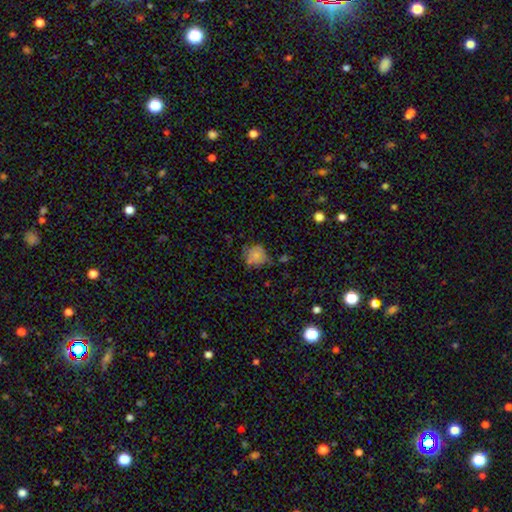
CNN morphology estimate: Smooth or featured?
  - smooth: 74% *
  - featured or disk: 13%
  - star or artifact: 13%
How rounded?
  - round: 79% *
  - in between: 20%
  - cigar-shaped: 1%
Merging?
  - none: 55% *
  - minor disturbance: 28%
  - major disturbance: 9%
  - merger: 8%